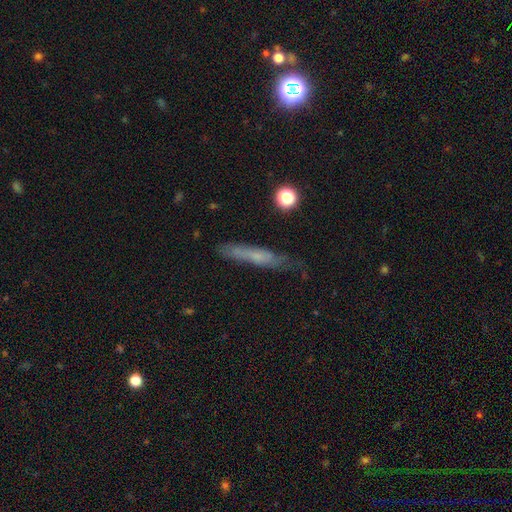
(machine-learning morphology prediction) type=smooth (52%); roundness=cigar-shaped (91%); merging=none (69%).